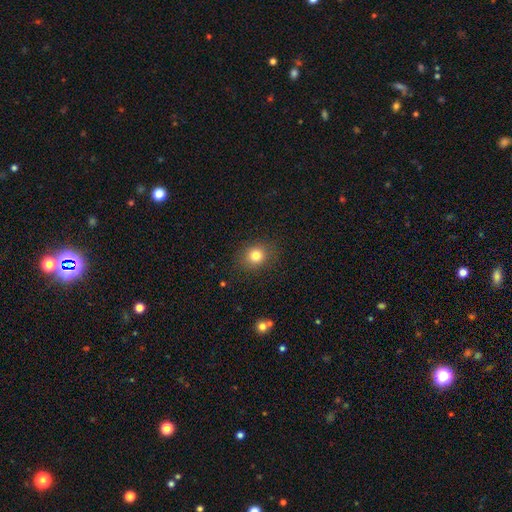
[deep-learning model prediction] Smooth or featured: smooth — 81% (star or artifact — 12%)
How rounded: round — 73% (in between — 26%)
Merging: none — 86% (minor disturbance — 9%)